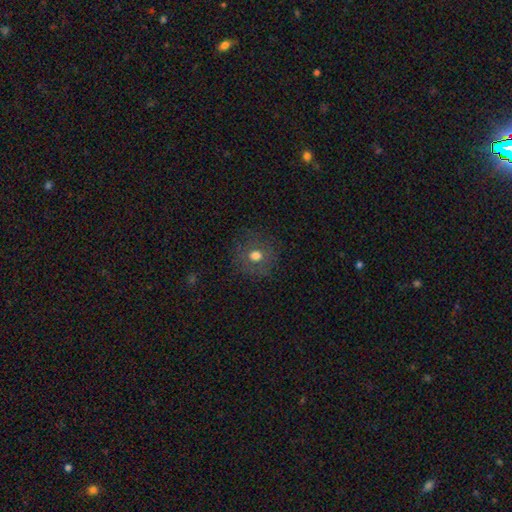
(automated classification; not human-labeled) Smooth or featured: smooth — 66% (featured or disk — 19%)
How rounded: round — 87% (in between — 12%)
Merging: none — 83% (minor disturbance — 10%)